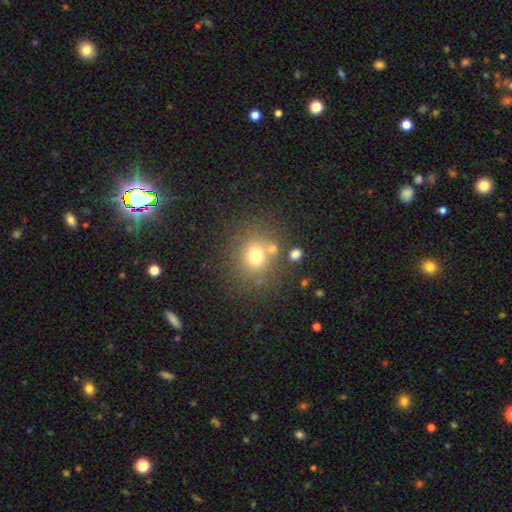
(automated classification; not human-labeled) Smooth or featured: smooth — 69% (star or artifact — 18%)
How rounded: round — 83% (in between — 16%)
Merging: none — 71% (merger — 12%)